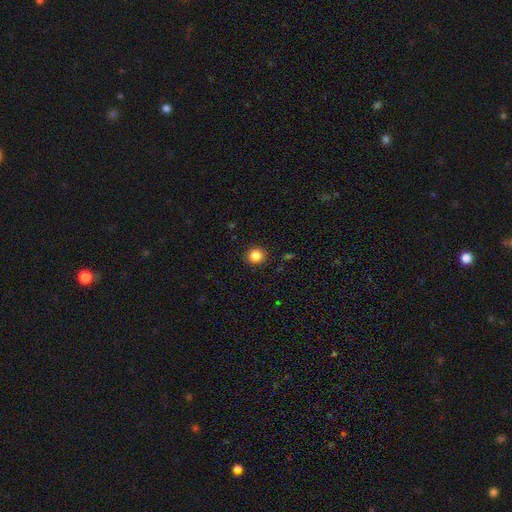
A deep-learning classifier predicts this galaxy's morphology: A smooth galaxy with no disk features (85%) that is round (89%).

Vote fractions:
- Smooth or featured? smooth: 85% / star or artifact: 11% / featured or disk: 5%
- How rounded? round: 89% / in between: 10% / cigar-shaped: 1%
- Merging? none: 90% / minor disturbance: 7% / major disturbance: 2% / merger: 1%